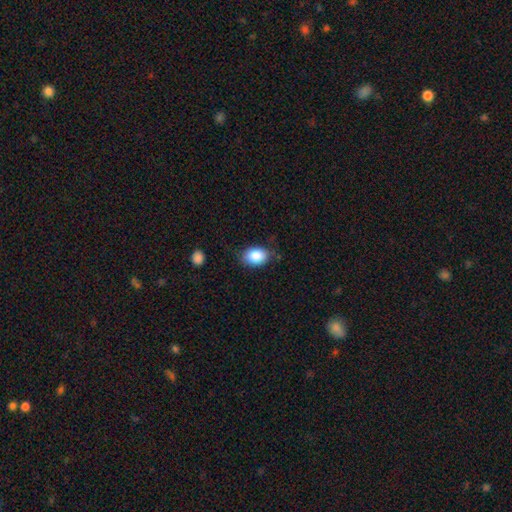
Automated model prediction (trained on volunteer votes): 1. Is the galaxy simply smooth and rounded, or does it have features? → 87% smooth, 8% star or artifact, 5% featured or disk.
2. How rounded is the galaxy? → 80% in between, 19% round, 1% cigar-shaped.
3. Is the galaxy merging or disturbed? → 76% none, 18% minor disturbance, 4% major disturbance, 2% merger.